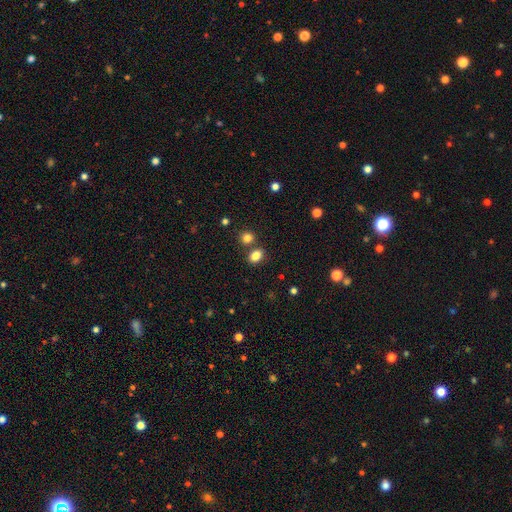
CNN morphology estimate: Smooth or featured? Predicted: smooth (p=0.83). How rounded? Predicted: in between (p=0.67). Merging? Predicted: none (p=0.72).